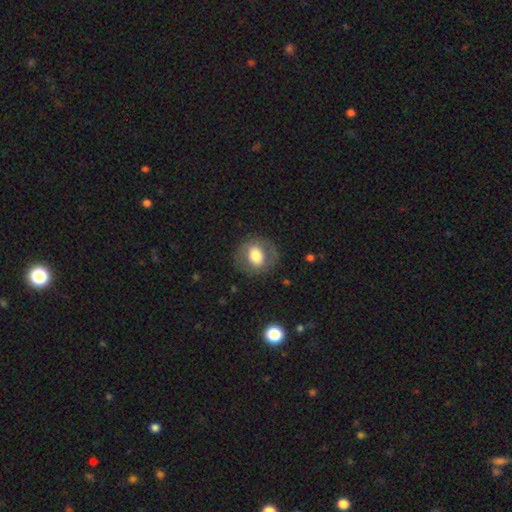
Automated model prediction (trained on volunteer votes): Smooth or featured: smooth — 64% (featured or disk — 28%)
How rounded: round — 65% (in between — 33%)
Merging: none — 79% (minor disturbance — 12%)